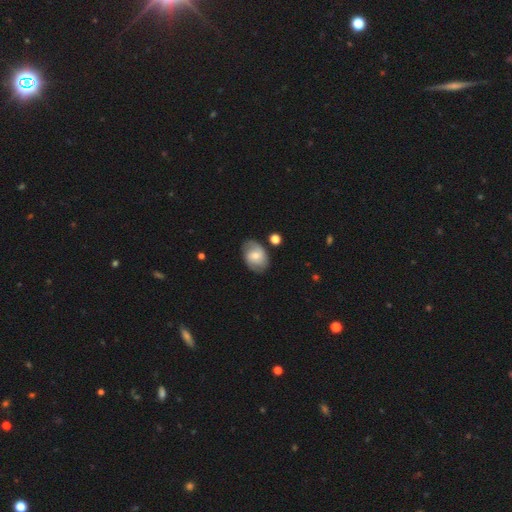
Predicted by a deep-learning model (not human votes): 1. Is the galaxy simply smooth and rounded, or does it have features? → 49% featured or disk, 44% smooth, 7% star or artifact.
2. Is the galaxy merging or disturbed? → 74% none, 18% minor disturbance, 5% major disturbance, 3% merger.